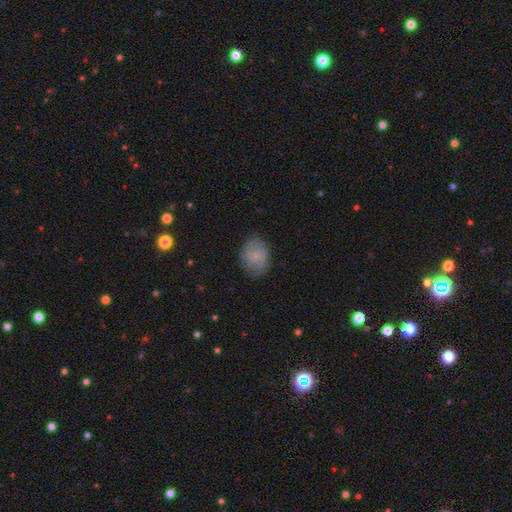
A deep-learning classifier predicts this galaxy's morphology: Smooth or featured? Predicted: smooth (p=0.58). How rounded? Predicted: in between (p=0.59). Merging? Predicted: none (p=0.78).